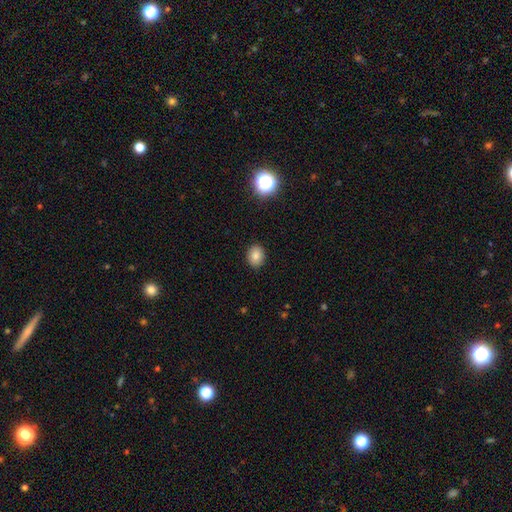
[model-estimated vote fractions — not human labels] Smooth or featured: smooth — 81% (star or artifact — 11%)
How rounded: in between — 51% (round — 48%)
Merging: none — 89% (minor disturbance — 8%)